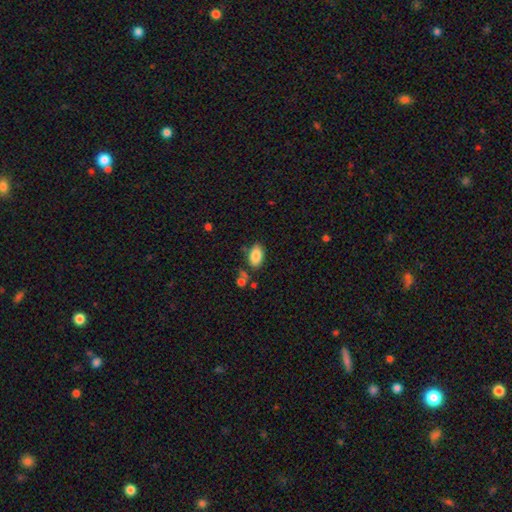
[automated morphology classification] smooth-or-featured: smooth: 86% | star or artifact: 8% | featured or disk: 7%
  how-rounded: in between: 93% | round: 5% | cigar-shaped: 2%
  merging: none: 75% | minor disturbance: 14% | merger: 6% | major disturbance: 4%